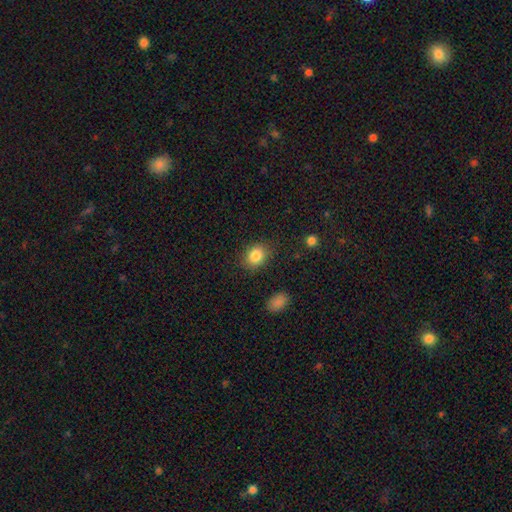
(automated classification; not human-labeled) A smooth galaxy with no disk features (85%) that is in between round and cigar-shaped (50%).

Vote fractions:
- Smooth or featured? smooth: 85% / star or artifact: 9% / featured or disk: 6%
- How rounded? in between: 50% / round: 49% / cigar-shaped: 1%
- Merging? none: 83% / minor disturbance: 12% / major disturbance: 4% / merger: 2%